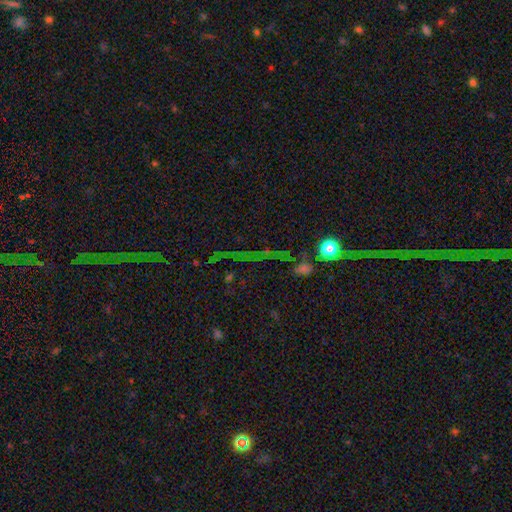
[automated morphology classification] The model was most divided on "smooth or featured": star or artifact: 79%, smooth: 10%, featured or disk: 10%.